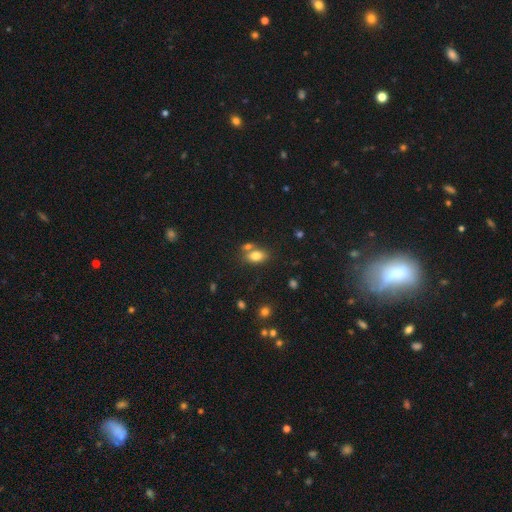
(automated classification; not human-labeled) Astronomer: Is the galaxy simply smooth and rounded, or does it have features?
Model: smooth — 80%.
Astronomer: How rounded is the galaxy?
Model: in between — 87%.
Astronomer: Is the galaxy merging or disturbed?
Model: none — 57%.